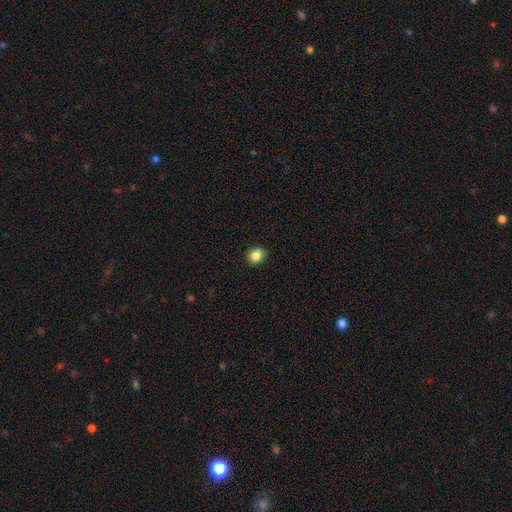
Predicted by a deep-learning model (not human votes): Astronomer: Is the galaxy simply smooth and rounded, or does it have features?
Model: smooth — 84%.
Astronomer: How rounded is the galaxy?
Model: round — 75%.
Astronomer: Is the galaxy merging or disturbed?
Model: none — 89%.